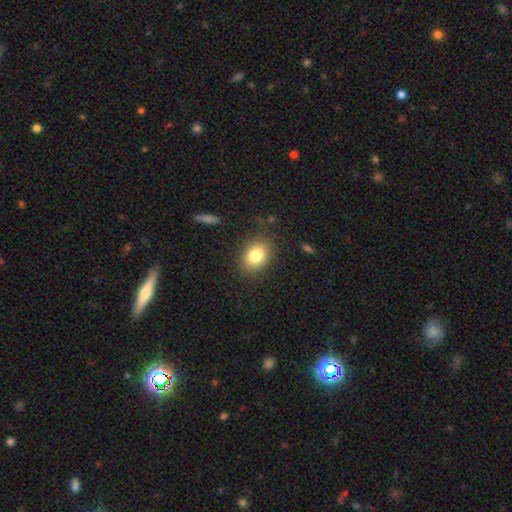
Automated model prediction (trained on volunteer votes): The model was most divided on "how rounded": in between: 63%, round: 35%, cigar-shaped: 1%. More confident: merging — none (85%); smooth or featured — smooth (81%).